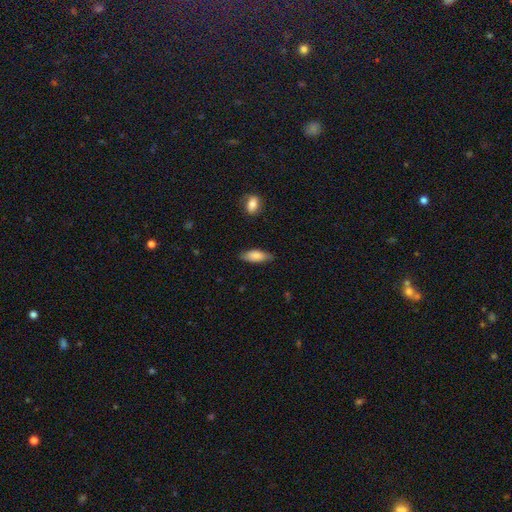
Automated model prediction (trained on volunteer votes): smooth-or-featured: smooth: 80% | featured or disk: 13% | star or artifact: 6%
  how-rounded: in between: 72% | cigar-shaped: 26% | round: 2%
  merging: none: 77% | minor disturbance: 18% | major disturbance: 3% | merger: 2%